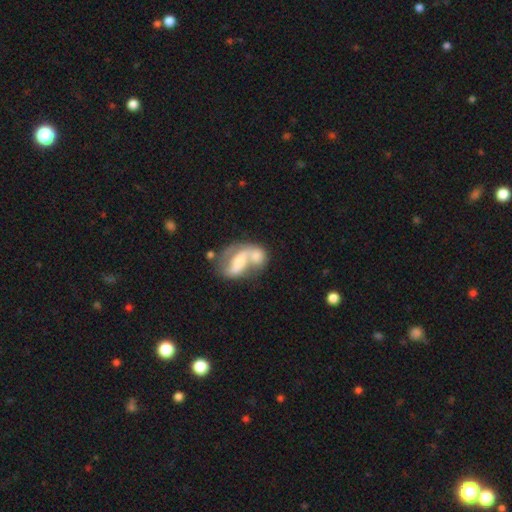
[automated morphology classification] This is likely a featured or disk galaxy (62%). It is clearly not viewed edge-on (95%). Bar: marginally no (42%). Spiral arm pattern: likely yes (67%). Central bulge: possibly moderate (45%). Merging: possibly merger (57%).